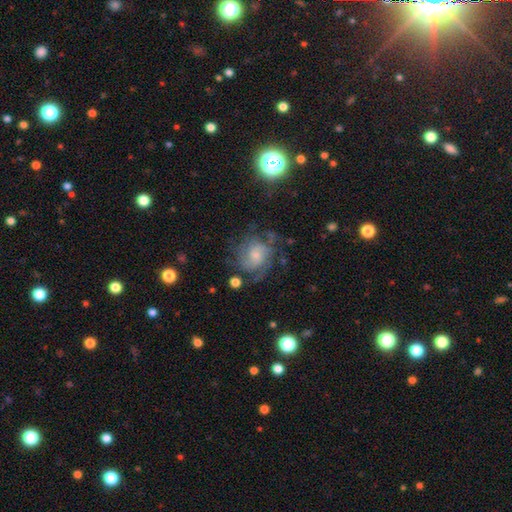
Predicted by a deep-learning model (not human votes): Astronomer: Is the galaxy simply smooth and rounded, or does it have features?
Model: featured or disk — 70%.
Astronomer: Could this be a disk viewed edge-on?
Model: no — 97%.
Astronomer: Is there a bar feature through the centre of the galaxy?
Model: no — 68%.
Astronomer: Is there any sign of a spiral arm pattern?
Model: yes — 91%.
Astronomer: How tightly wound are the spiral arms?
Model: tight — 49% (runner-up: medium, 39%).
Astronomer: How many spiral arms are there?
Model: can't tell — 37% (runner-up: 2, 25%).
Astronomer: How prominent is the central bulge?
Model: small — 53% (runner-up: moderate, 36%).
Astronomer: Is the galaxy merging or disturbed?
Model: none — 65%.